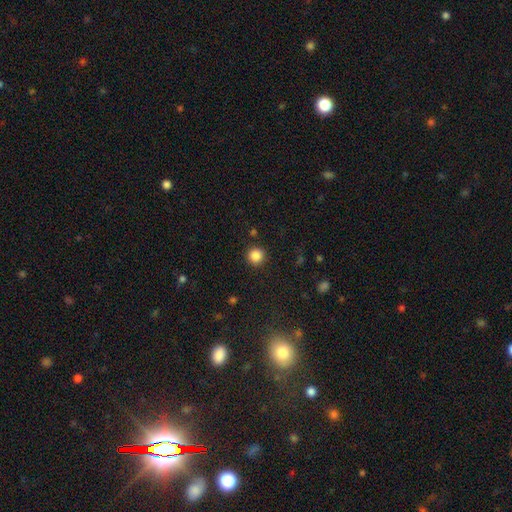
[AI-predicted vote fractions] A smooth galaxy with no disk features (85%) that is round (95%). Merging: none (91%).